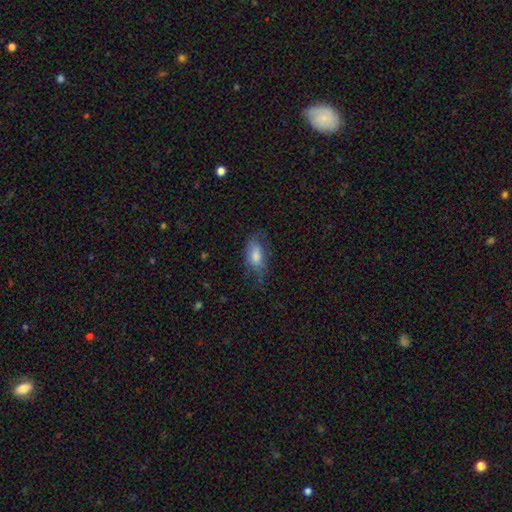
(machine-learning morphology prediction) A smooth galaxy with no disk features (66%) that is in between round and cigar-shaped (84%).

Vote fractions:
- Smooth or featured? smooth: 66% / featured or disk: 25% / star or artifact: 9%
- How rounded? in between: 84% / cigar-shaped: 11% / round: 5%
- Merging? none: 60% / minor disturbance: 25% / major disturbance: 13% / merger: 1%